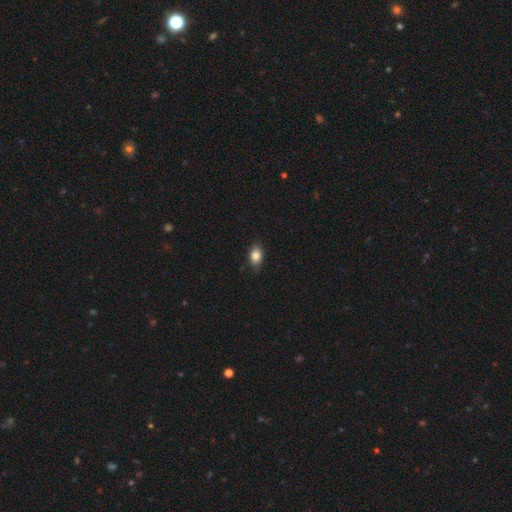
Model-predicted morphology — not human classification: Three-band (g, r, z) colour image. It shows a smooth galaxy with no disk features (83%) that is in between round and cigar-shaped (83%). Merging: none (85%).